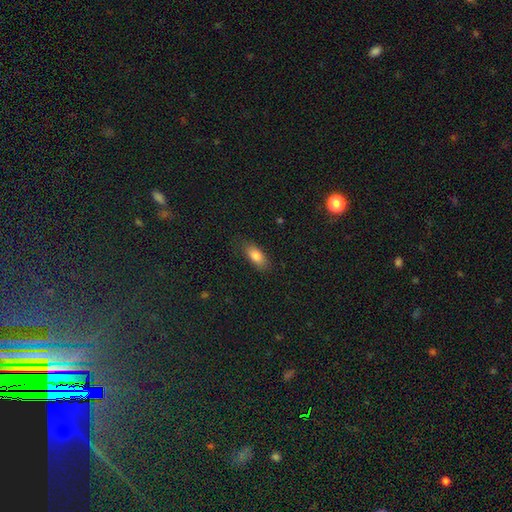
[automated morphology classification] The model was most divided on "merging": none: 81%, minor disturbance: 14%, major disturbance: 4%, merger: 1%. More confident: how rounded — in between (84%); smooth or featured — smooth (83%).